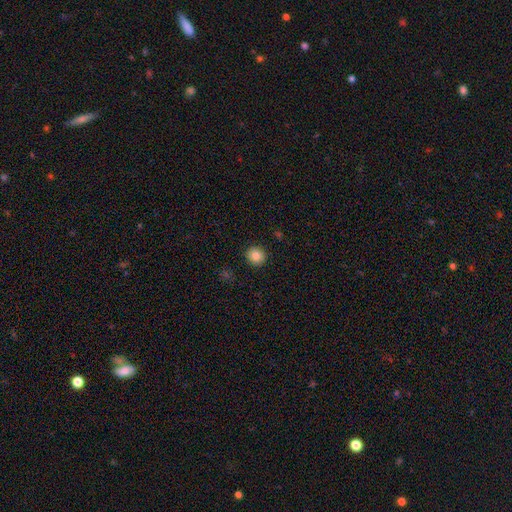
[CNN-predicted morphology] This appears to be a smooth galaxy with no disk features (84%) that is round (91%). Merging: none (92%).